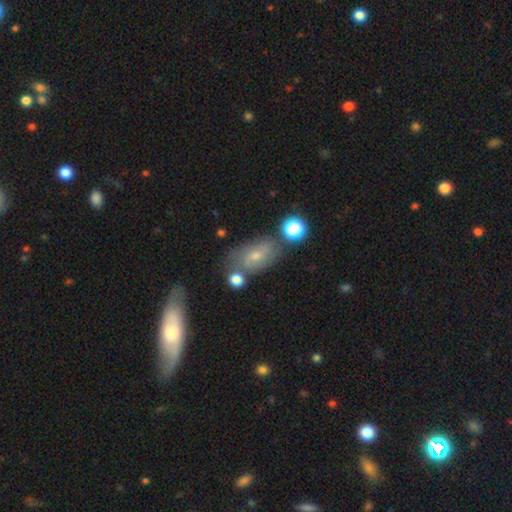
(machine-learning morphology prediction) The model was most divided on "smooth or featured": featured or disk: 48%, smooth: 39%, star or artifact: 13%. More confident: merging — none (60%).